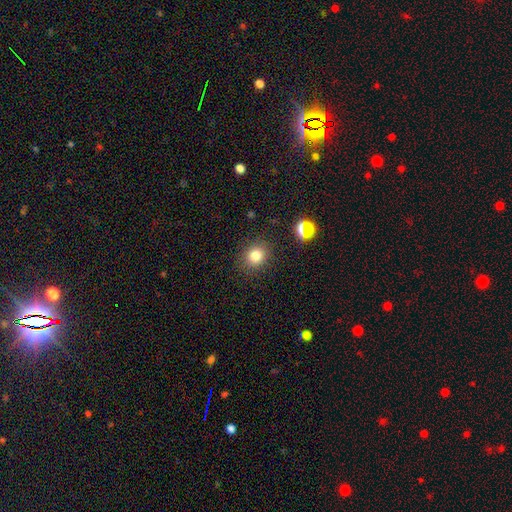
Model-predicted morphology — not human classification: type=smooth (79%); roundness=round (70%); merging=none (86%).